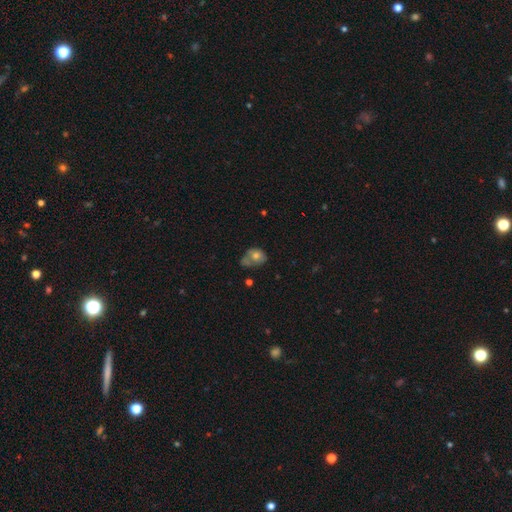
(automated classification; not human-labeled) This appears to be a smooth galaxy with no disk features (62%) that is in between round and cigar-shaped (58%). Merging: none (34%).